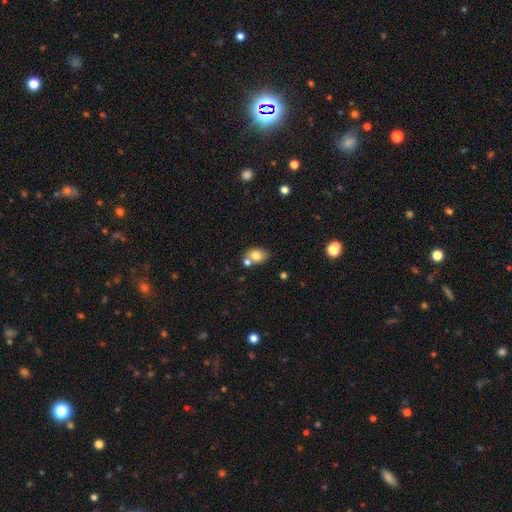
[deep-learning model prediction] Overall: smooth (77%). How rounded: in between (69%; round 30%). Merging: none (50%; merger 34%).